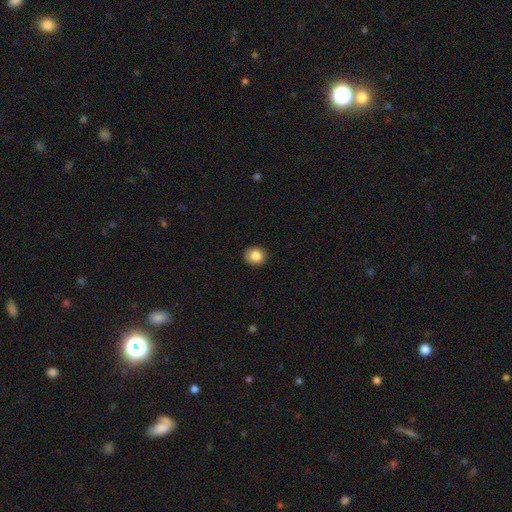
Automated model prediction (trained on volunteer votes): This is clearly a smooth galaxy (85%). How rounded: likely round (74%). Merging: clearly none (91%).